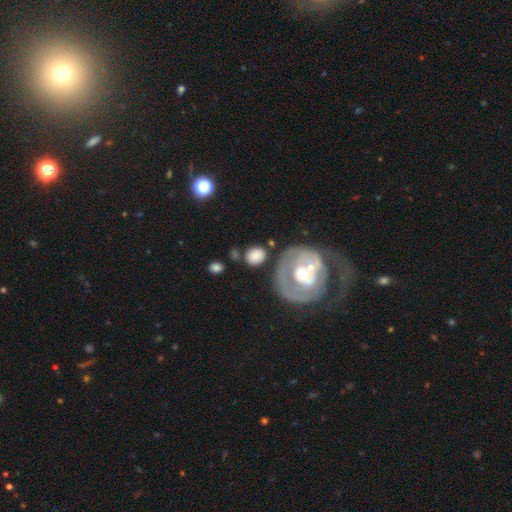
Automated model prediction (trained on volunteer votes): Smooth or featured? smooth (76%)
How rounded? round (63%)
Merging? none (65%)